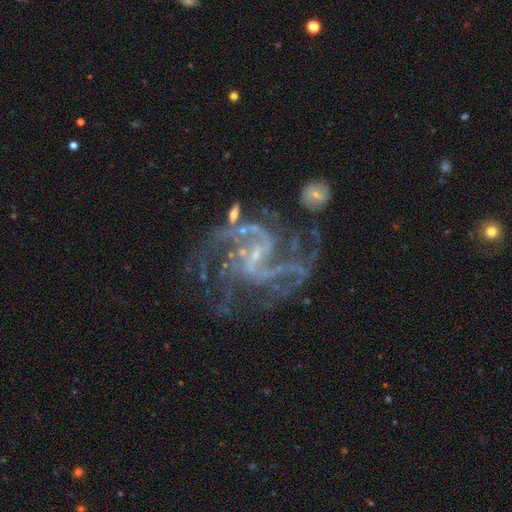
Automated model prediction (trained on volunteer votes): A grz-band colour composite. It shows a featured or disk galaxy (89%) with a weak bar (47%), 2 (32%) medium (50%) spiral arms (95%) and a small central bulge (72%). Merging: none (47%).